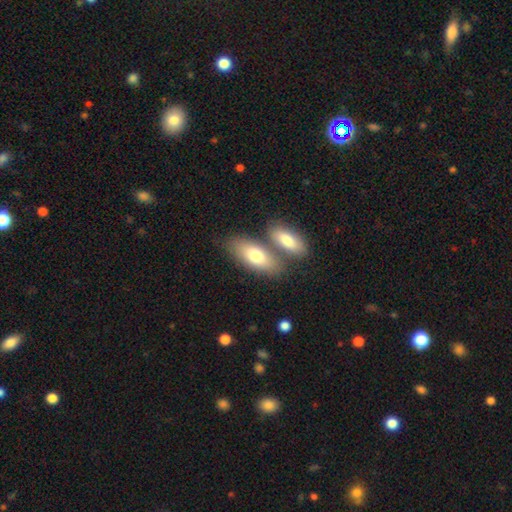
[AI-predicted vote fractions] This appears to be a smooth galaxy with no disk features (75%) that is in between round and cigar-shaped (84%). Merging: none (50%).